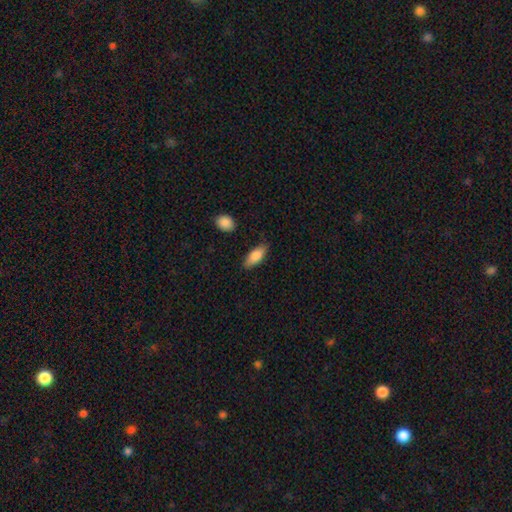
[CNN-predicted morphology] The model was most divided on "how rounded": in between: 75%, cigar-shaped: 22%, round: 2%. More confident: smooth or featured — smooth (82%); merging — none (82%).